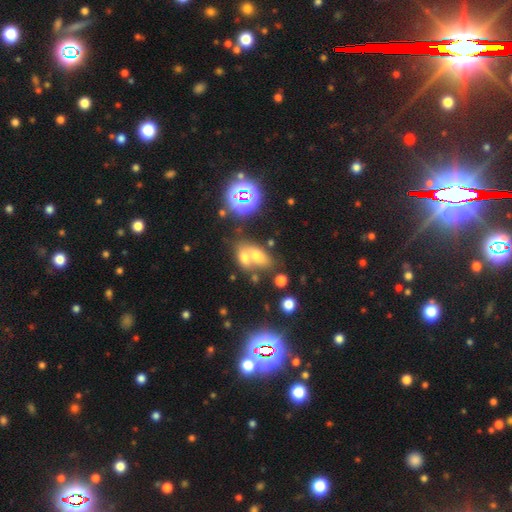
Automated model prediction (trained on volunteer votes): smooth_or_featured: smooth (p=0.56) [alt: star or artifact p=0.24]
how_rounded: in between (p=0.78) [alt: round p=0.17]
merging: merger (p=0.56) [alt: none p=0.31]